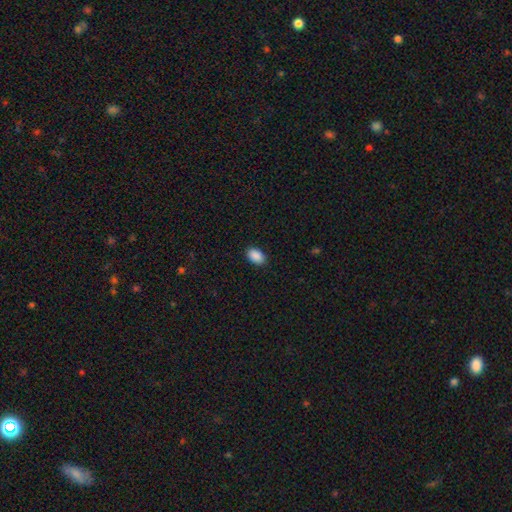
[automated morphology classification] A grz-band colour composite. It shows a smooth galaxy with no disk features (90%) that is in between round and cigar-shaped (90%). Merging: none (89%).